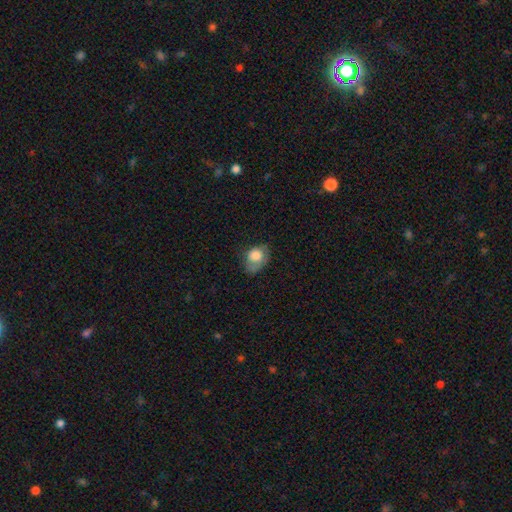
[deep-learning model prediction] Smooth or featured? Predicted: smooth (p=0.75). How rounded? Predicted: in between (p=0.65). Merging? Predicted: minor disturbance (p=0.37).